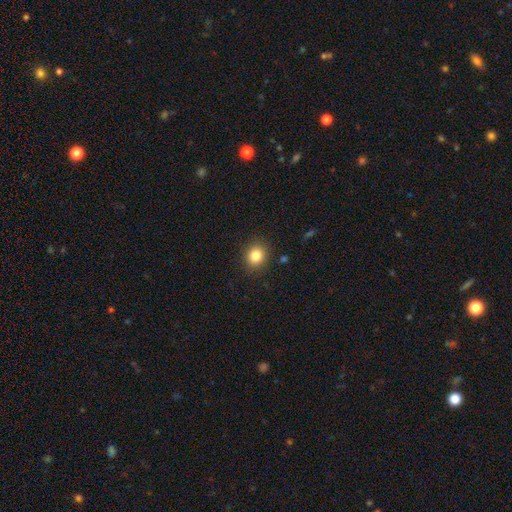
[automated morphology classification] Smooth or featured?
  - smooth: 84% *
  - star or artifact: 11%
  - featured or disk: 6%
How rounded?
  - round: 70% *
  - in between: 29%
  - cigar-shaped: 1%
Merging?
  - none: 88% *
  - minor disturbance: 8%
  - major disturbance: 3%
  - merger: 1%